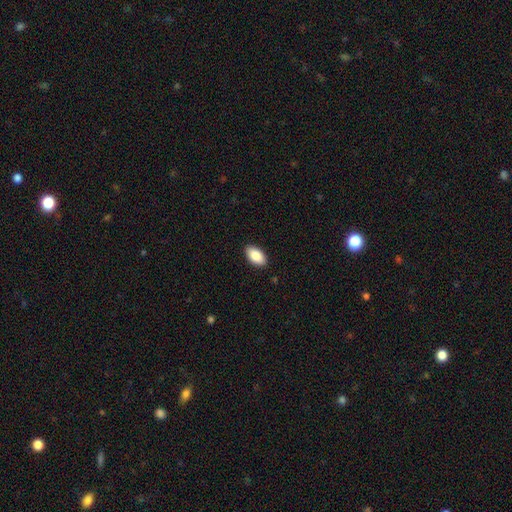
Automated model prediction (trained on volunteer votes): Morphology: type=smooth (88%); roundness=in between (95%); merging=none (89%).